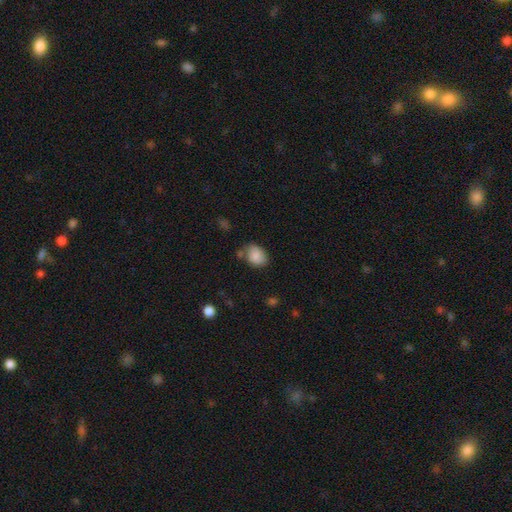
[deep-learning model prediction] Smooth or featured: smooth — 83% (featured or disk — 9%)
How rounded: in between — 66% (round — 33%)
Merging: none — 61% (minor disturbance — 23%)